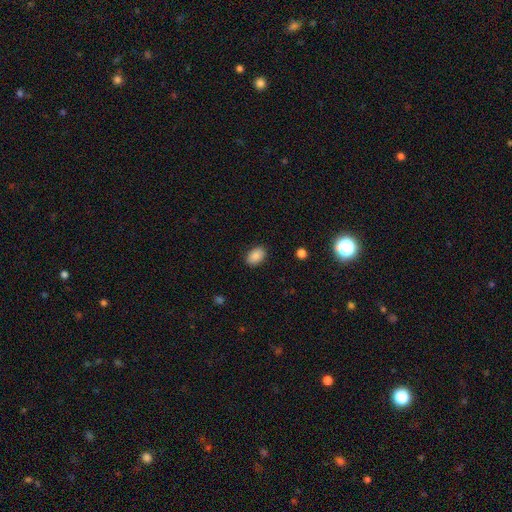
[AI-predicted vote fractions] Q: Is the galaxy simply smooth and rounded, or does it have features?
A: smooth — 86%.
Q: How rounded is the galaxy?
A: in between — 86%.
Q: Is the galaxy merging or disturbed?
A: none — 87%.